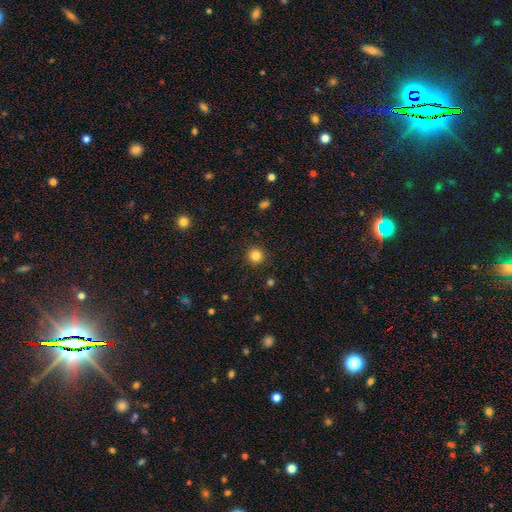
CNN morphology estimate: A smooth galaxy with no disk features (84%) that is round (94%). Merging: none (92%).